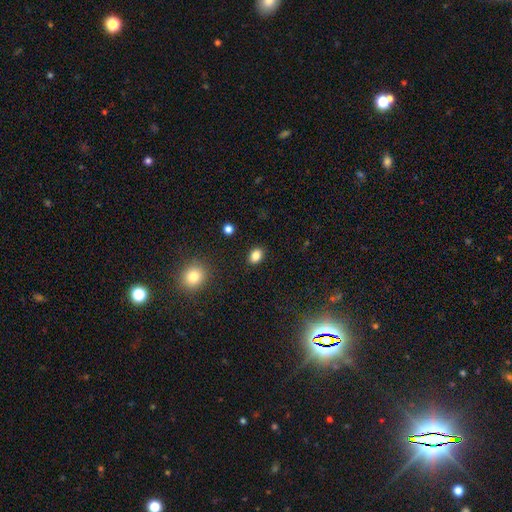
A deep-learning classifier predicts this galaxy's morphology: This is clearly a smooth galaxy (85%). How rounded: likely in between (70%). Merging: clearly none (88%).